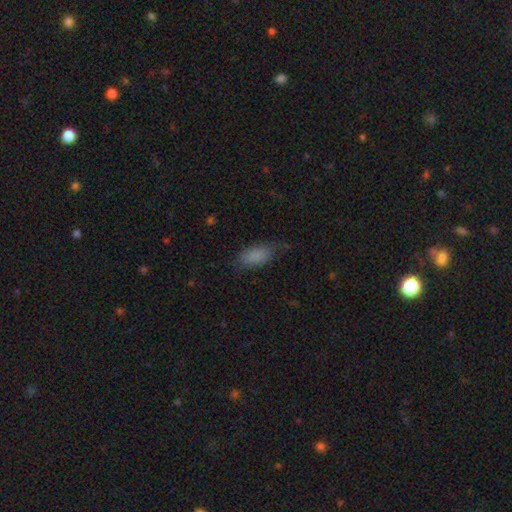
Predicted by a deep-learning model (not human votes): A smooth galaxy with no disk features (85%) that is in between round and cigar-shaped (87%). Merging: none (67%).